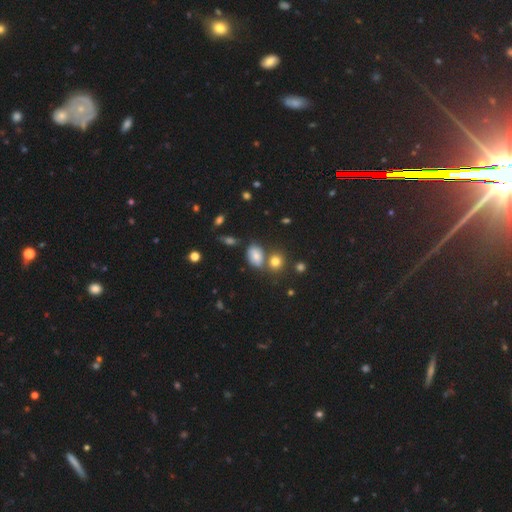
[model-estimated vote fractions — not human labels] smooth_or_featured: smooth (p=0.75) [alt: star or artifact p=0.14]
how_rounded: in between (p=0.74) [alt: round p=0.24]
merging: none (p=0.59) [alt: merger p=0.19]